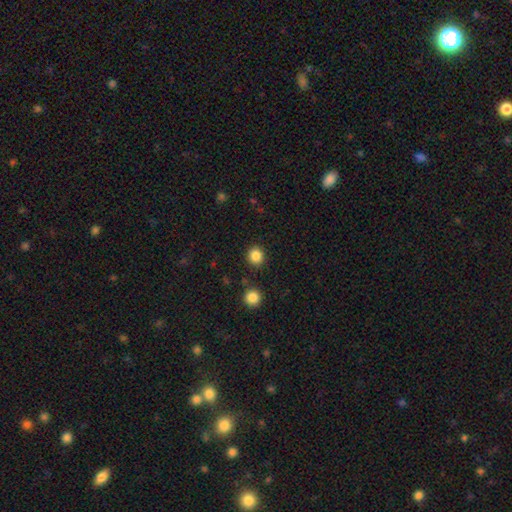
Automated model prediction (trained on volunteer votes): A smooth galaxy with no disk features (86%) that is round (90%). Merging: none (90%).